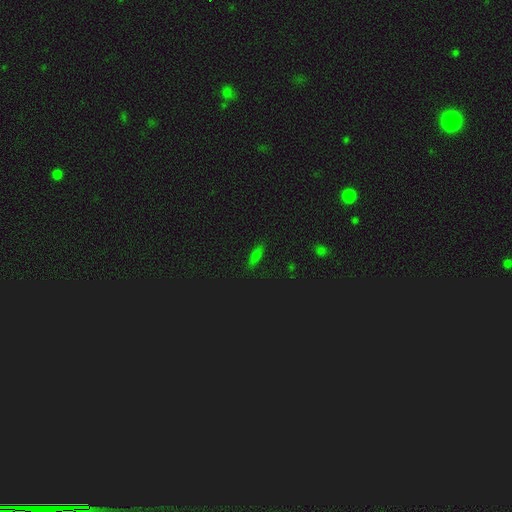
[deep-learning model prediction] A smooth galaxy with no disk features (71%) that is in between round and cigar-shaped (58%).

Vote fractions:
- Smooth or featured? smooth: 71% / star or artifact: 20% / featured or disk: 8%
- How rounded? in between: 58% / cigar-shaped: 37% / round: 5%
- Merging? none: 86% / minor disturbance: 10% / major disturbance: 2% / merger: 1%